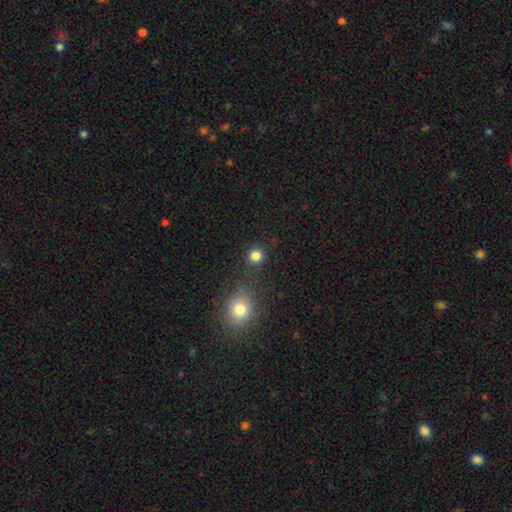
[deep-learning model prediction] smooth-or-featured: smooth: 82% | star or artifact: 14% | featured or disk: 4%
  how-rounded: round: 91% | in between: 8% | cigar-shaped: 1%
  merging: none: 84% | minor disturbance: 7% | merger: 6% | major disturbance: 3%